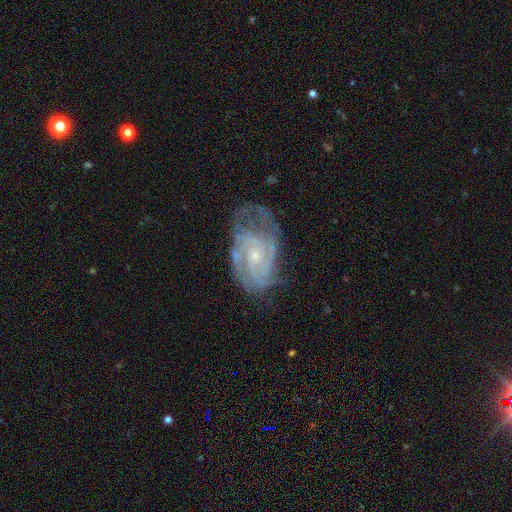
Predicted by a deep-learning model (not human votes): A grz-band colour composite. It shows a featured or disk galaxy (87%) with no bar (62%), 2 (33%) tight (60%) spiral arms (96%) and a small central bulge (66%). Merging: none (59%).